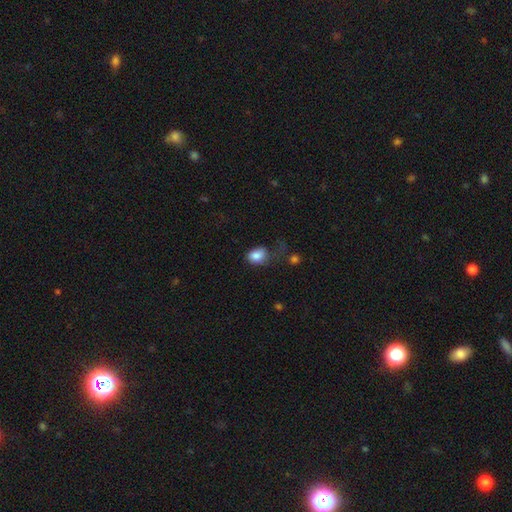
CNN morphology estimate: This is clearly a smooth galaxy (83%). How rounded: likely in between (68%). Merging: marginally none (39%).